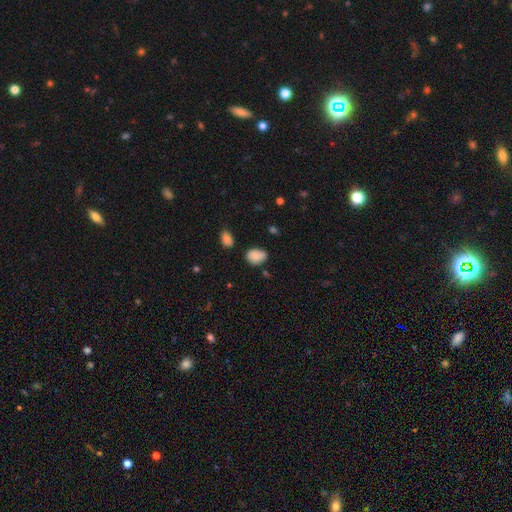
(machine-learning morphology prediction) A smooth galaxy with no disk features (85%) that is in between round and cigar-shaped (79%).

Vote fractions:
- Smooth or featured? smooth: 85% / star or artifact: 9% / featured or disk: 6%
- How rounded? in between: 79% / round: 20% / cigar-shaped: 1%
- Merging? none: 65% / minor disturbance: 26% / major disturbance: 5% / merger: 4%